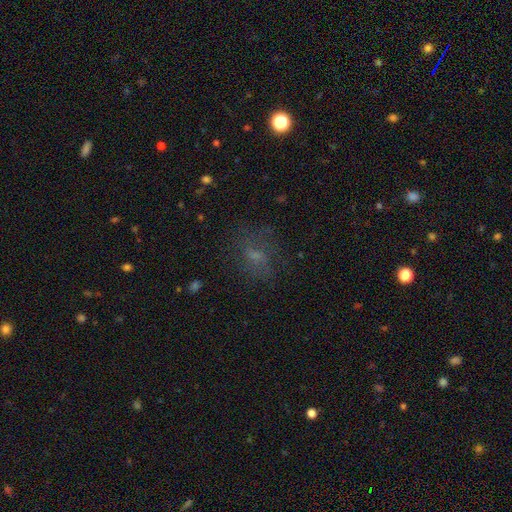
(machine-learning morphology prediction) A smooth galaxy with no disk features (46%). Merging: none (64%).